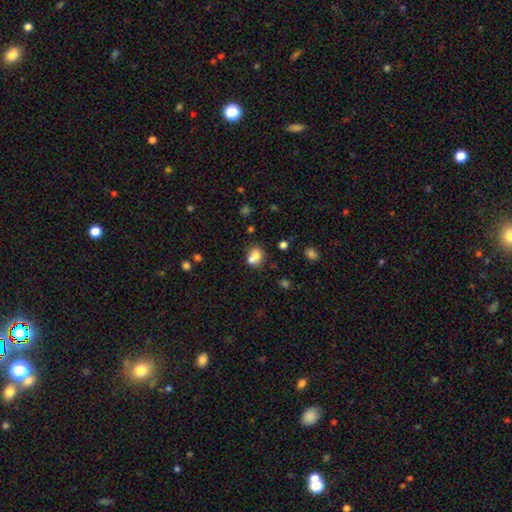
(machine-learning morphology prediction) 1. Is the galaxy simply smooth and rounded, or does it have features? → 73% smooth, 16% featured or disk, 11% star or artifact.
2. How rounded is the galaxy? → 60% round, 39% in between, 1% cigar-shaped.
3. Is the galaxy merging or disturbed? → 53% merger, 34% none, 10% minor disturbance, 4% major disturbance.